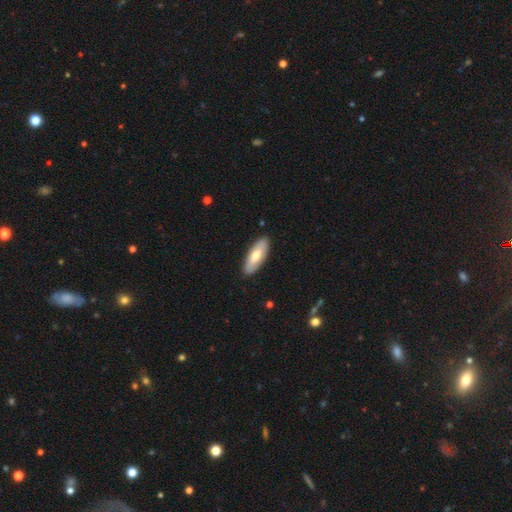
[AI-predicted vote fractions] smooth-or-featured: smooth: 62% | featured or disk: 33% | star or artifact: 5%
  how-rounded: in between: 76% | cigar-shaped: 23% | round: 2%
  merging: none: 89% | minor disturbance: 8% | major disturbance: 2% | merger: 1%